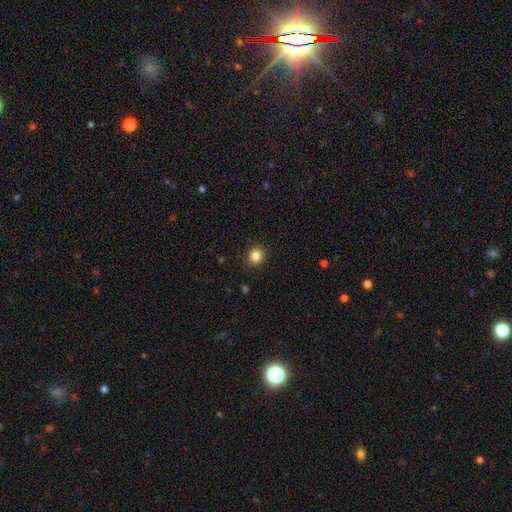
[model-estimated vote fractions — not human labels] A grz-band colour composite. It shows a smooth galaxy with no disk features (84%) that is round (85%). Merging: none (91%).